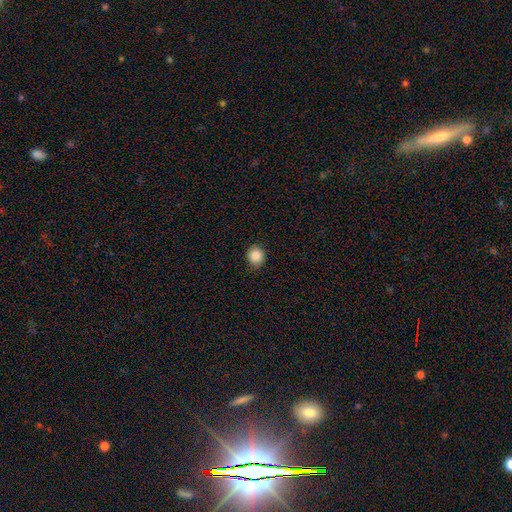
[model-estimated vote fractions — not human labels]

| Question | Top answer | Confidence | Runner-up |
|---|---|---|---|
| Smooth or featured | smooth | 86% | star or artifact (9%) |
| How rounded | round | 86% | in between (13%) |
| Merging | none | 88% | minor disturbance (9%) |